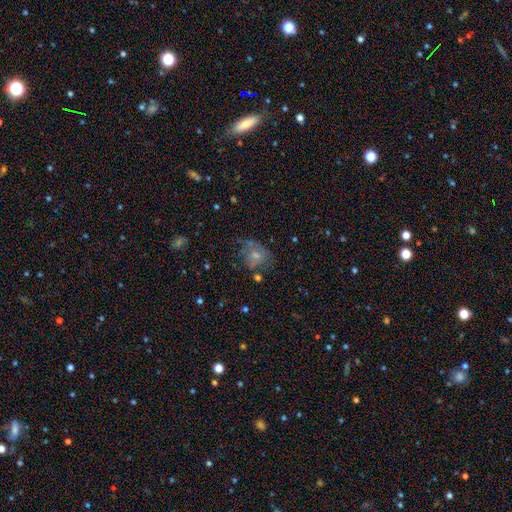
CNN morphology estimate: smooth_or_featured: featured or disk (p=0.45) [alt: smooth p=0.32]
merging: none (p=0.59) [alt: minor disturbance p=0.21]